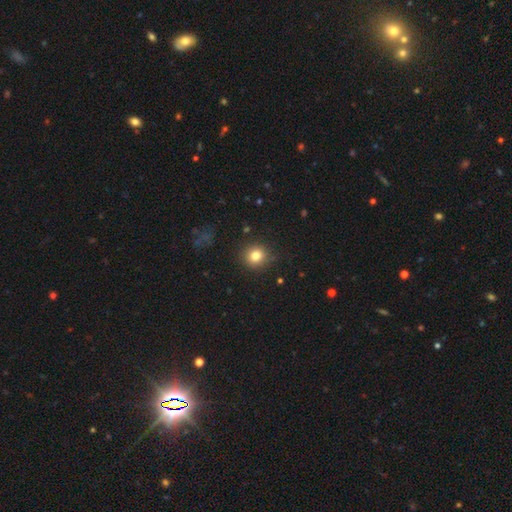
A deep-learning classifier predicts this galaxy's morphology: The model was most divided on "smooth or featured": smooth: 81%, star or artifact: 12%, featured or disk: 7%. More confident: merging — none (89%); how rounded — round (88%).